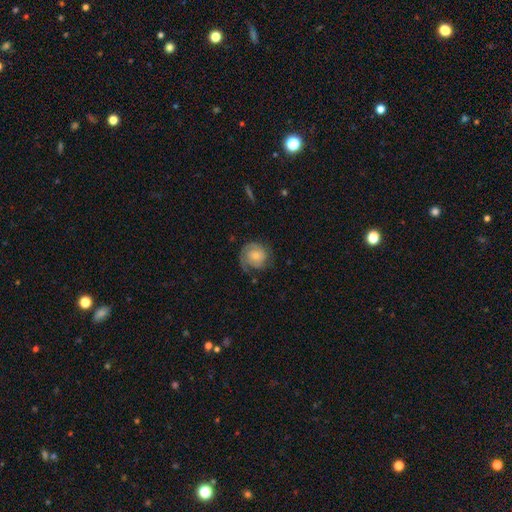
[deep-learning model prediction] A featured or disk galaxy (56%) with no bar (76%), spiral arms (85%) and a small central bulge (45%). Merging: none (61%).